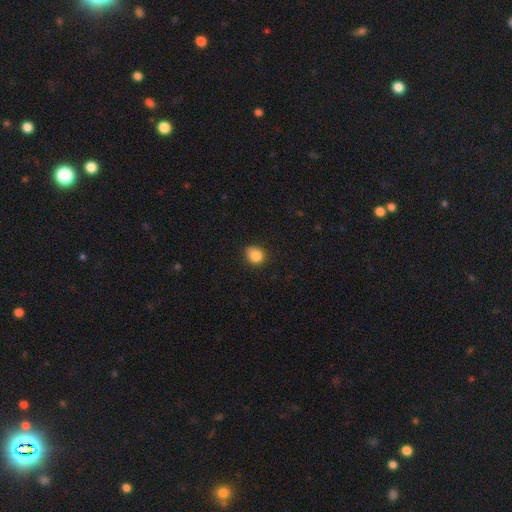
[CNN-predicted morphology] Overall: smooth (85%). How rounded: round (71%). Merging: none (77%).